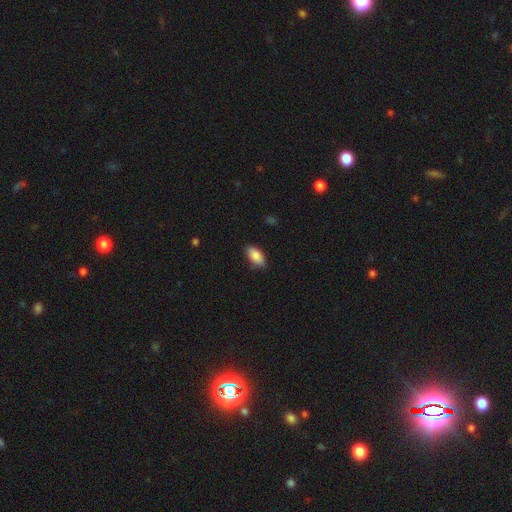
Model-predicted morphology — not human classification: smooth 87%, star or artifact 7%, featured or disk 6%. Down the decision tree: how rounded — in between (92%); merging — none (84%).